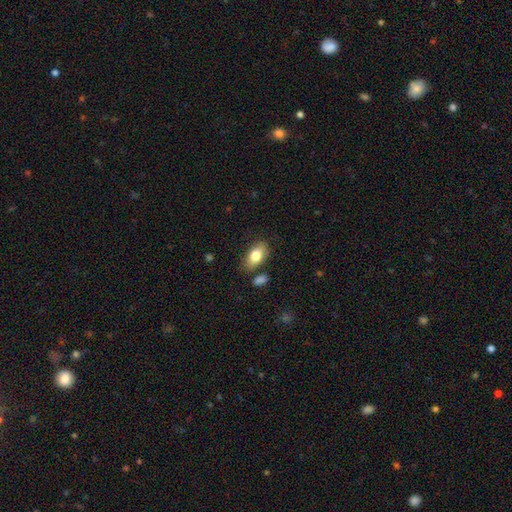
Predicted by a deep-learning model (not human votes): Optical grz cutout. It shows a smooth galaxy with no disk features (80%) that is in between round and cigar-shaped (91%). Merging: none (75%).